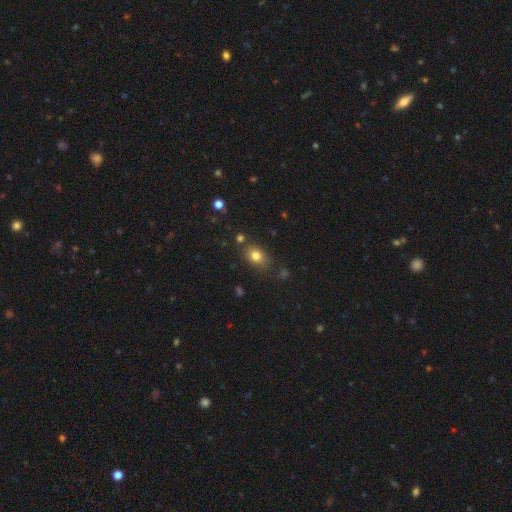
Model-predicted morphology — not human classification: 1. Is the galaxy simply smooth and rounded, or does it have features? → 79% smooth, 11% star or artifact, 10% featured or disk.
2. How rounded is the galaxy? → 67% in between, 32% round, 1% cigar-shaped.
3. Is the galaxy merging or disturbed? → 76% none, 15% minor disturbance, 5% merger, 4% major disturbance.